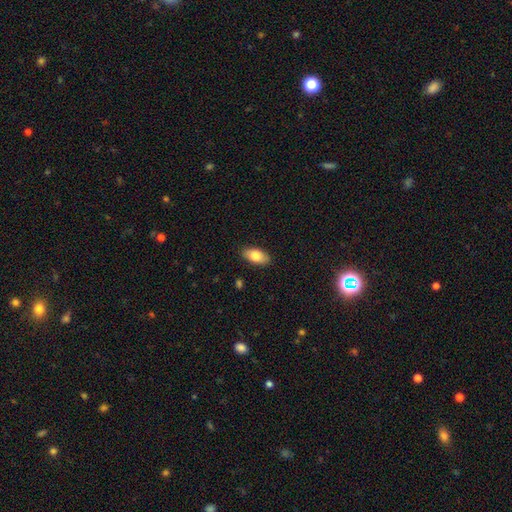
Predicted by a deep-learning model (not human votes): smooth-or-featured: smooth: 81% | featured or disk: 12% | star or artifact: 7%
  how-rounded: in between: 91% | cigar-shaped: 5% | round: 3%
  merging: none: 88% | minor disturbance: 9% | major disturbance: 2% | merger: 1%